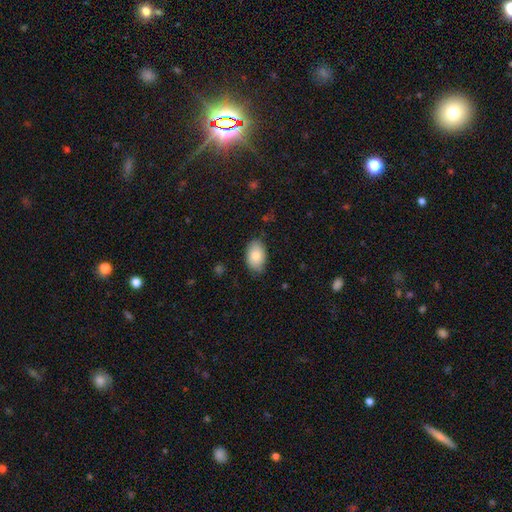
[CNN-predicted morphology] Smooth or featured? Predicted: smooth (p=0.82). How rounded? Predicted: in between (p=0.89). Merging? Predicted: none (p=0.78).